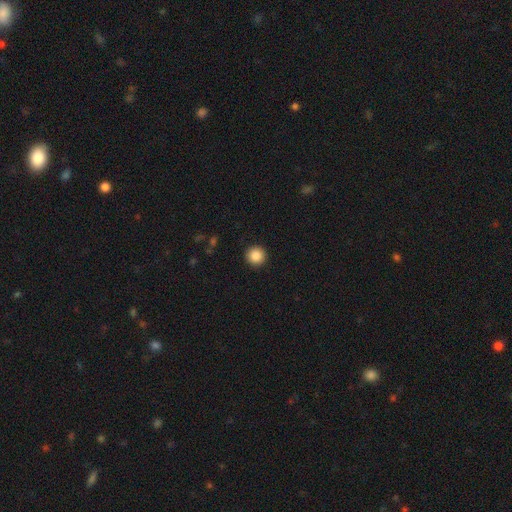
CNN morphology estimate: A smooth galaxy with no disk features (87%) that is round (96%). Merging: none (93%).